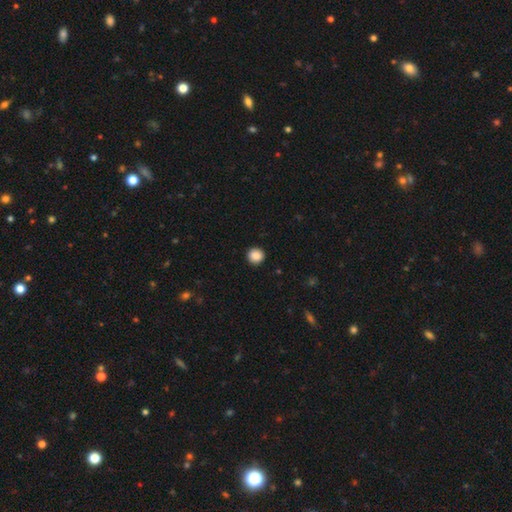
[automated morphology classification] Smooth or featured? smooth (88%)
How rounded? round (93%)
Merging? none (92%)